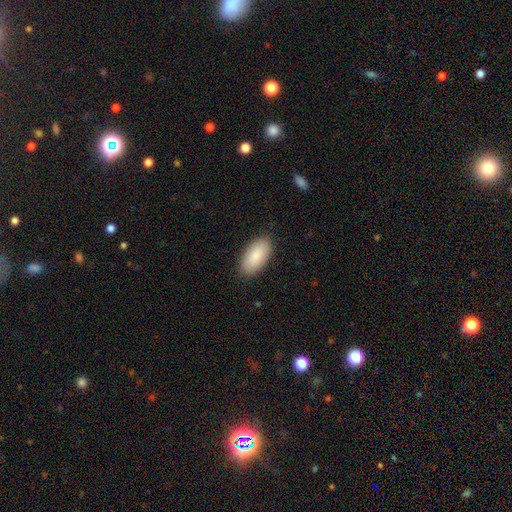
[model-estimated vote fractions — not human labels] smooth 88%, featured or disk 7%, star or artifact 6%. Down the decision tree: how rounded — in between (94%); merging — none (88%).